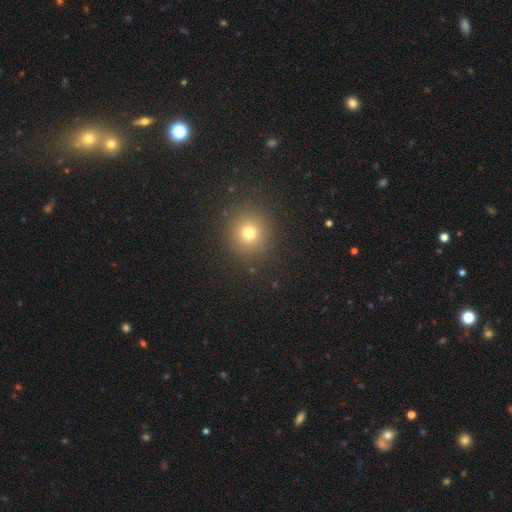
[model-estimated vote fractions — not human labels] Smooth or featured?
  - smooth: 60% *
  - star or artifact: 33%
  - featured or disk: 7%
How rounded?
  - round: 89% *
  - in between: 10%
  - cigar-shaped: 1%
Merging?
  - none: 91% *
  - minor disturbance: 5%
  - major disturbance: 2%
  - merger: 2%